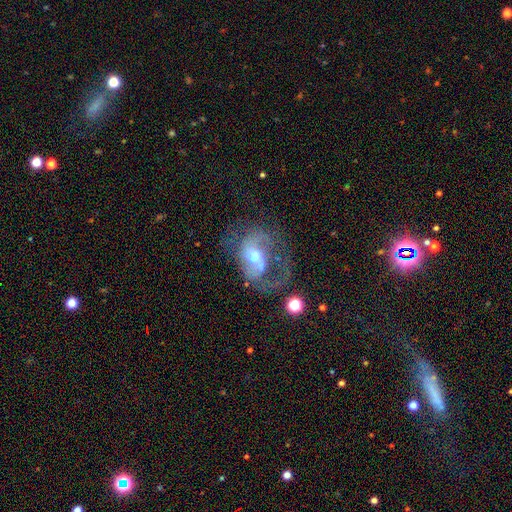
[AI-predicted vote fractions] smooth_or_featured: featured or disk (p=0.77) [alt: smooth p=0.15]
disk_edge_on: no (p=0.97) [alt: yes p=0.03]
bar: weak (p=0.44) [alt: no p=0.42]
has_spiral_arms: yes (p=0.81) [alt: no p=0.19]
spiral_winding: loose (p=0.47) [alt: medium p=0.40]
spiral_arm_count: 2 (p=0.54) [alt: 1 p=0.27]
bulge_size: moderate (p=0.63) [alt: small p=0.23]
merging: major disturbance (p=0.38) [alt: none p=0.34]